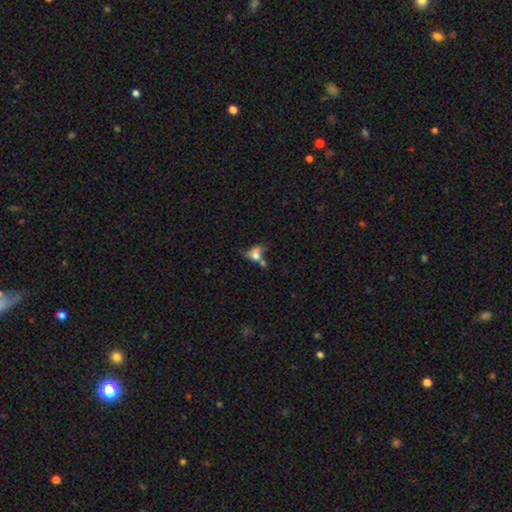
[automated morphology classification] smooth-or-featured: smooth: 66% | featured or disk: 22% | star or artifact: 12%
  how-rounded: in between: 65% | round: 32% | cigar-shaped: 3%
  merging: merger: 36% | none: 28% | minor disturbance: 19% | major disturbance: 17%